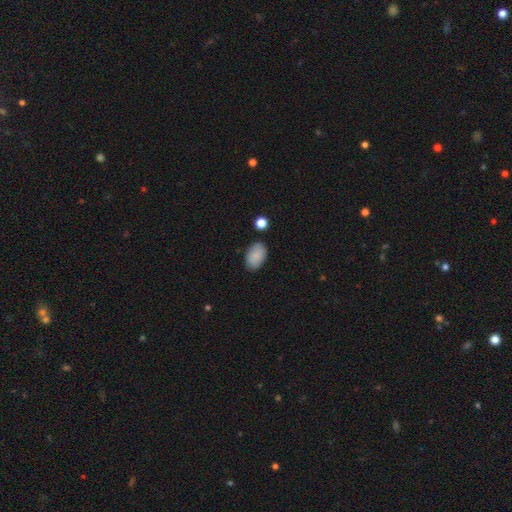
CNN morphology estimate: smooth-or-featured: smooth: 89% | star or artifact: 7% | featured or disk: 4%
  how-rounded: in between: 92% | round: 7% | cigar-shaped: 1%
  merging: none: 82% | minor disturbance: 12% | major disturbance: 3% | merger: 3%